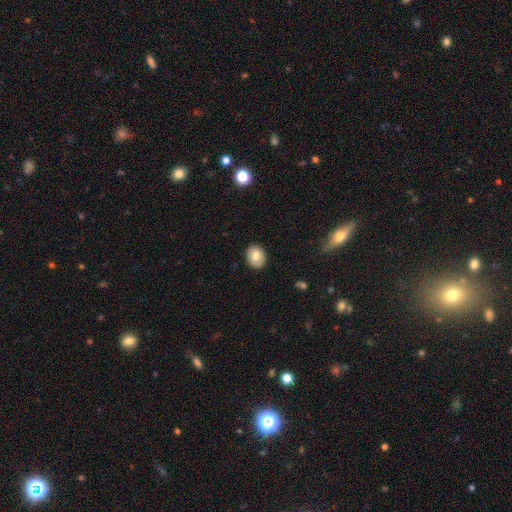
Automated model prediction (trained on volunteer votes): The model was most divided on "how rounded": round: 51%, in between: 49%, cigar-shaped: 1%. More confident: merging — none (89%); smooth or featured — smooth (78%).